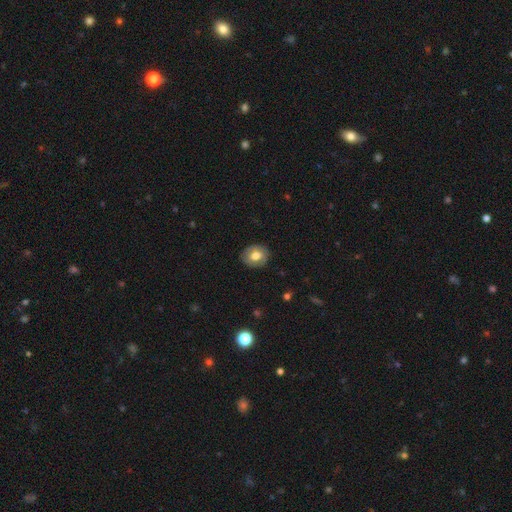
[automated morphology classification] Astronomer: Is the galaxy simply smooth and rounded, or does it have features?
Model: smooth — 62%.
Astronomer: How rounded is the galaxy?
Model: round — 56% (runner-up: in between, 43%).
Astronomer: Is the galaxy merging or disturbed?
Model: none — 83%.